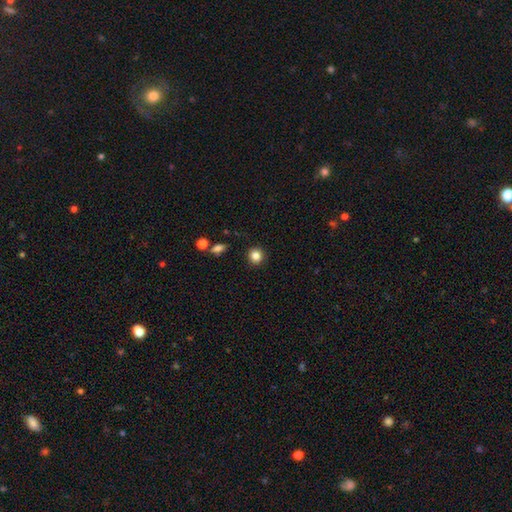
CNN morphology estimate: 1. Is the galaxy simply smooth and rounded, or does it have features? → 85% smooth, 11% star or artifact, 5% featured or disk.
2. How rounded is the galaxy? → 91% round, 8% in between, 1% cigar-shaped.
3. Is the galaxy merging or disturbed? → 91% none, 6% minor disturbance, 2% major disturbance, 2% merger.